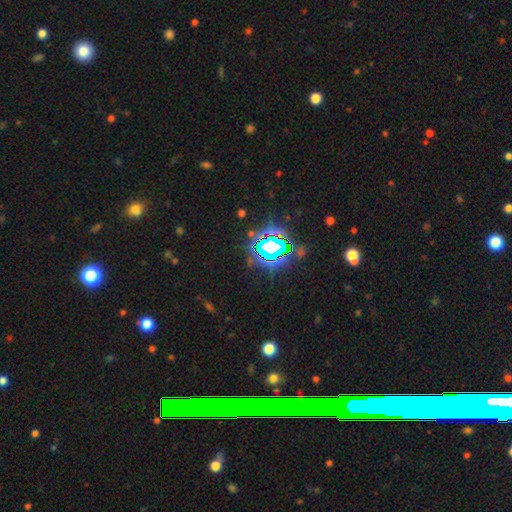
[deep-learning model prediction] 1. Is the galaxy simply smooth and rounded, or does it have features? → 77% star or artifact, 12% featured or disk, 11% smooth.